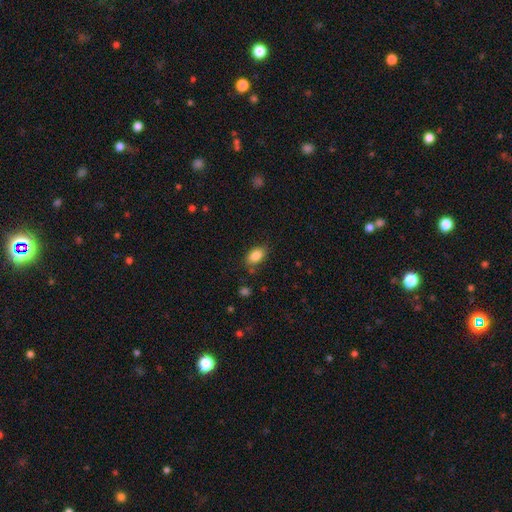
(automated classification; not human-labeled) Overall: smooth (86%). How rounded: in between (89%). Merging: none (78%).